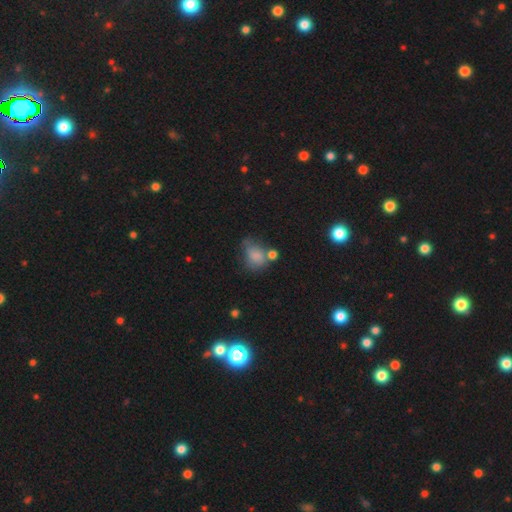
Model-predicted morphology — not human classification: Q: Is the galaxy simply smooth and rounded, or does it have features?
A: smooth — 74%.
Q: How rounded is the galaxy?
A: in between — 67%.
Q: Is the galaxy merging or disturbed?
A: none — 30%.